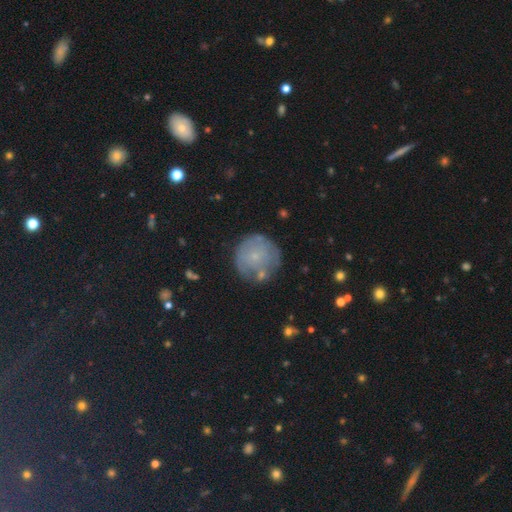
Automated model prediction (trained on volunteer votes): Morphology: type=smooth (55%); roundness=round (93%); merging=none (65%).